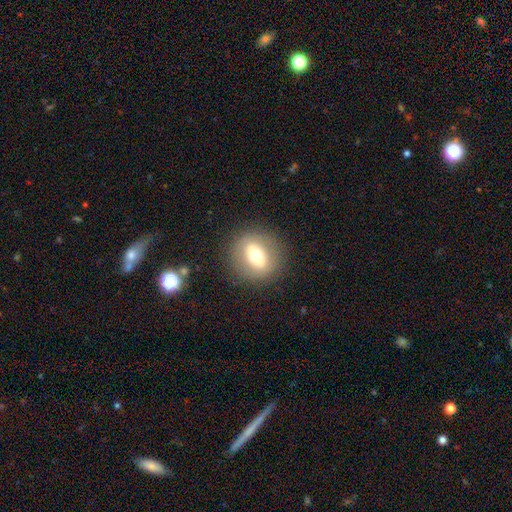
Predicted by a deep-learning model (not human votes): A smooth galaxy with no disk features (57%) that is round (76%).

Vote fractions:
- Smooth or featured? smooth: 57% / featured or disk: 33% / star or artifact: 10%
- How rounded? round: 76% / in between: 22% / cigar-shaped: 2%
- Merging? none: 85% / minor disturbance: 9% / major disturbance: 5% / merger: 1%